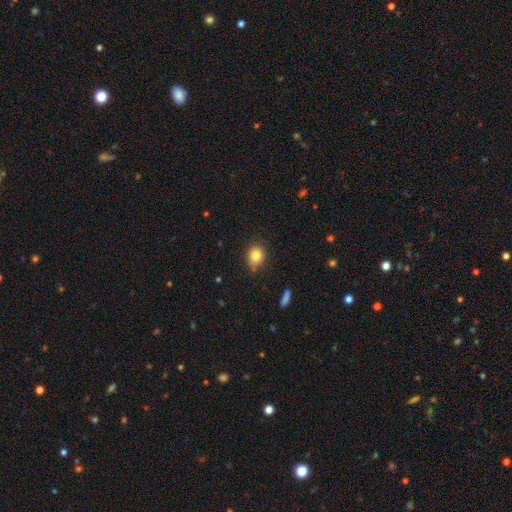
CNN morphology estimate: This is clearly a smooth galaxy (82%). How rounded: likely round (61%). Merging: likely none (75%).